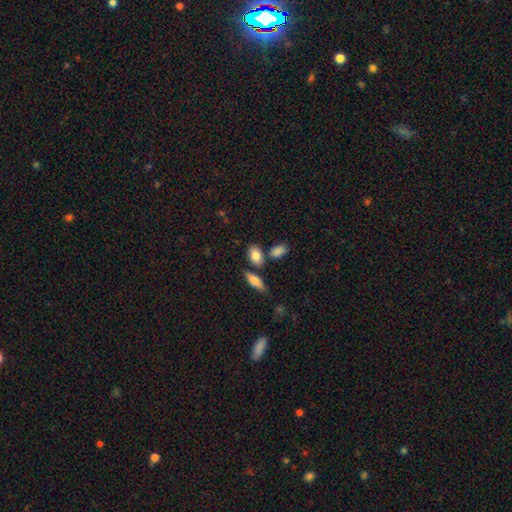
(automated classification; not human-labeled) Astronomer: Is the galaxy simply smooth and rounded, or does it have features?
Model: smooth — 84%.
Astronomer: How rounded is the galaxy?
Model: in between — 84%.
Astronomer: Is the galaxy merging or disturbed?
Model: none — 70%.